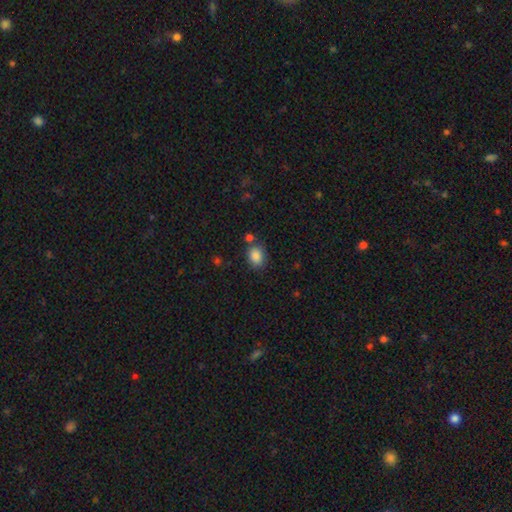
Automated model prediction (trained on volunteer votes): Smooth or featured?
  - smooth: 86% *
  - star or artifact: 9%
  - featured or disk: 4%
How rounded?
  - in between: 62% *
  - round: 37%
  - cigar-shaped: 1%
Merging?
  - none: 71% *
  - minor disturbance: 14%
  - merger: 11%
  - major disturbance: 4%